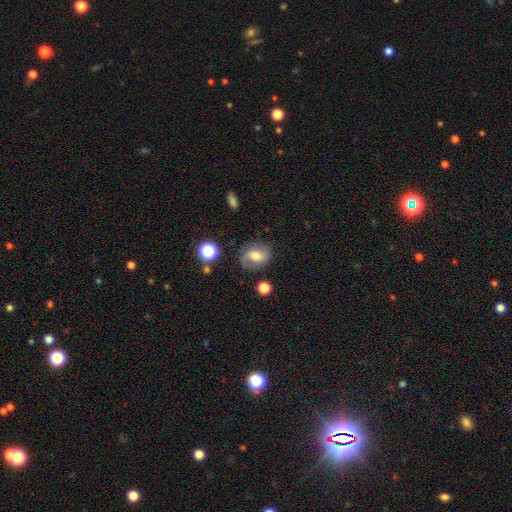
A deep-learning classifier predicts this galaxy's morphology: Q: Smooth or featured?
A: smooth (47%); runner-up: featured or disk (42%)
Q: Merging?
A: none (72%); runner-up: minor disturbance (18%)